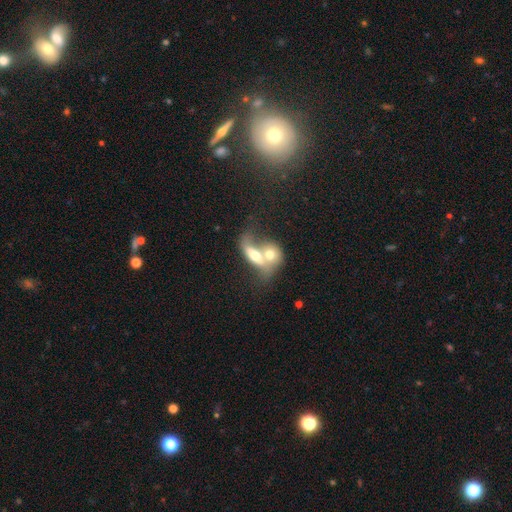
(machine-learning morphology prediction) Smooth or featured?
  - smooth: 59% *
  - featured or disk: 34%
  - star or artifact: 7%
How rounded?
  - in between: 69% *
  - cigar-shaped: 16%
  - round: 15%
Merging?
  - merger: 78% *
  - none: 10%
  - major disturbance: 7%
  - minor disturbance: 5%